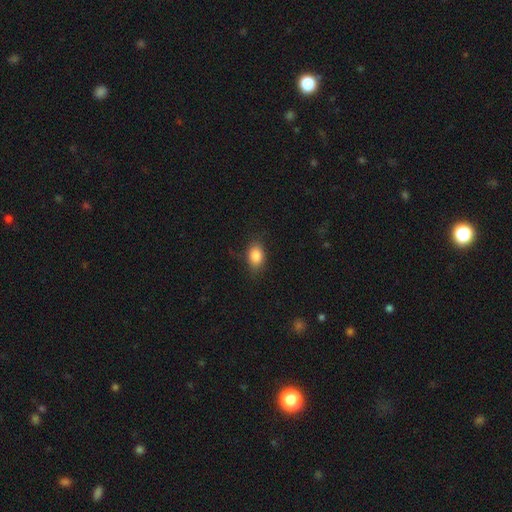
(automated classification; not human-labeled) smooth_or_featured: smooth (p=0.85) [alt: star or artifact p=0.09]
how_rounded: in between (p=0.76) [alt: round p=0.23]
merging: none (p=0.76) [alt: minor disturbance p=0.18]